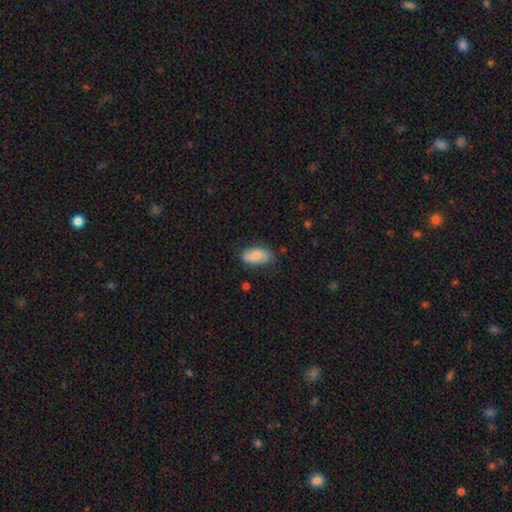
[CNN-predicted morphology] A smooth galaxy with no disk features (75%) that is in between round and cigar-shaped (92%). Merging: none (67%).